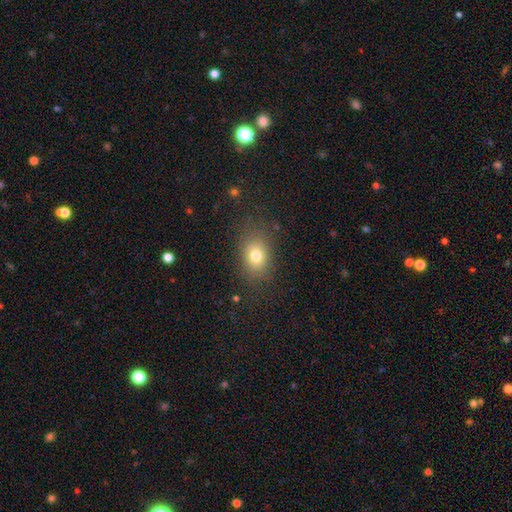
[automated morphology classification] Q: Smooth or featured?
A: smooth (77%); runner-up: star or artifact (12%)
Q: How rounded?
A: in between (67%); runner-up: round (31%)
Q: Merging?
A: none (79%); runner-up: minor disturbance (13%)